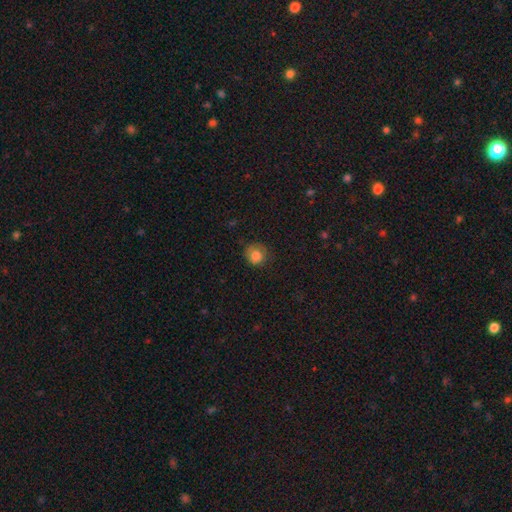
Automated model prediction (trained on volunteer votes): The model was most divided on "merging": none: 67%, minor disturbance: 23%, major disturbance: 9%, merger: 1%. More confident: how rounded — round (85%); smooth or featured — smooth (81%).